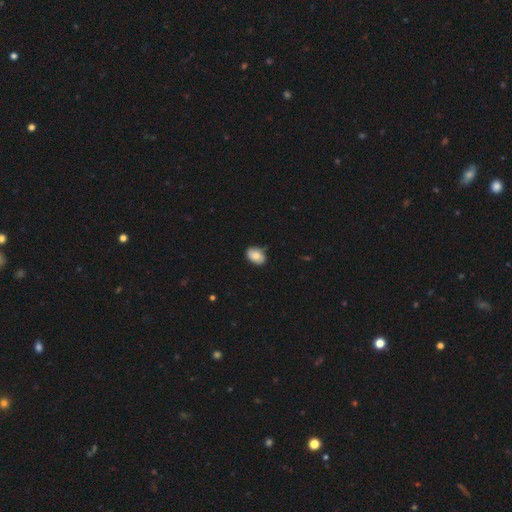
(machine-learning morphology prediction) Smooth or featured? smooth (77%)
How rounded? in between (82%)
Merging? none (74%)